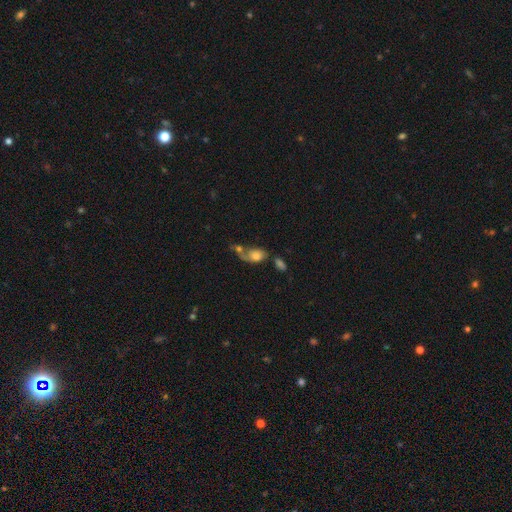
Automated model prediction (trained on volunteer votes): A smooth galaxy with no disk features (57%) that is in between round and cigar-shaped (76%).

Vote fractions:
- Smooth or featured? smooth: 57% / featured or disk: 33% / star or artifact: 10%
- How rounded? in between: 76% / round: 20% / cigar-shaped: 3%
- Merging? merger: 48% / major disturbance: 20% / none: 20% / minor disturbance: 12%